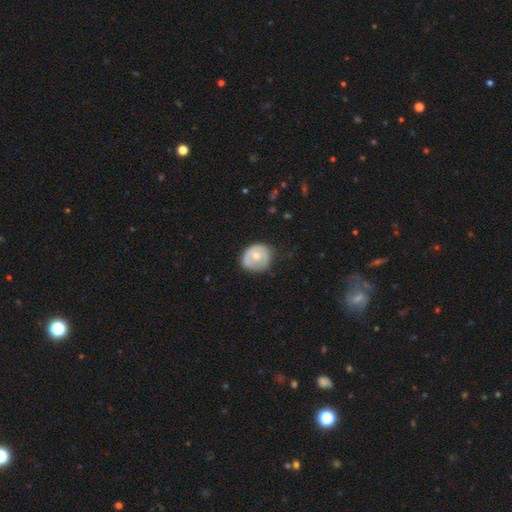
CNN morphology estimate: smooth 57%, featured or disk 37%, star or artifact 6%. Down the decision tree: how rounded — round (75%); merging — none (59%).